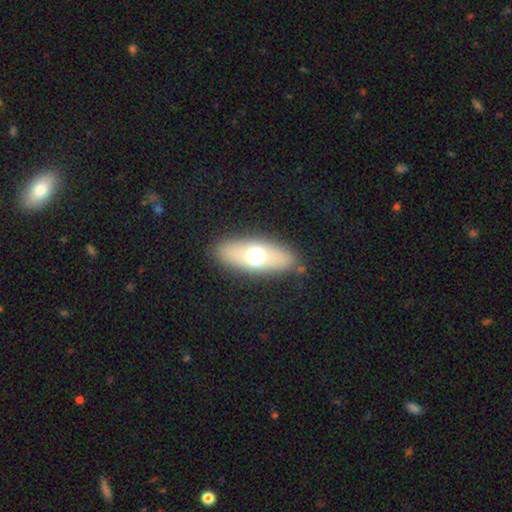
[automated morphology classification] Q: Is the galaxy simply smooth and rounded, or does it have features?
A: smooth — 59%.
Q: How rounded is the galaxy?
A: in between — 73%.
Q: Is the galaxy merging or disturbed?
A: none — 86%.